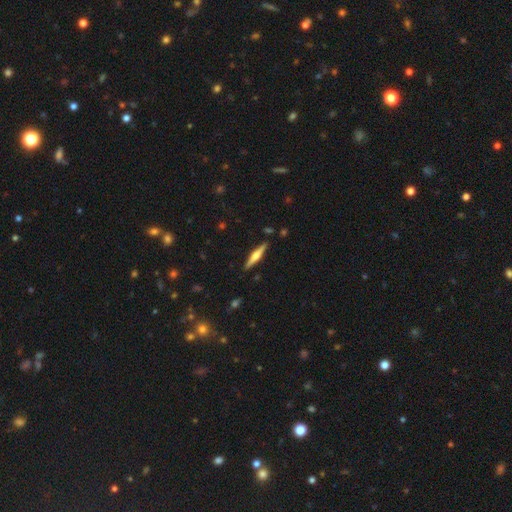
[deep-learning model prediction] featured or disk 63%, smooth 32%, star or artifact 6%. Down the decision tree: edge-on disk — yes (97%); edge-on bulge — rounded (86%); merging — none (90%).